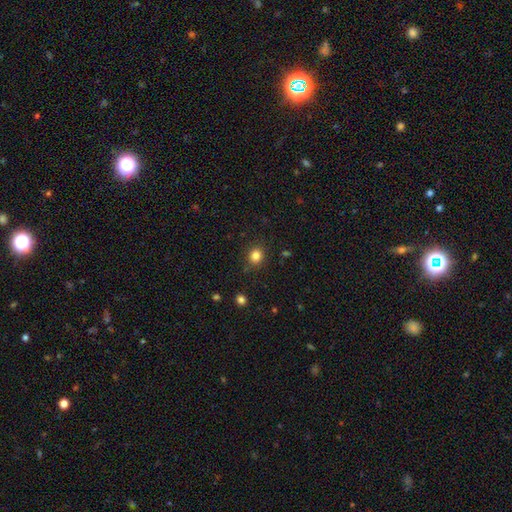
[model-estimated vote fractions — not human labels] smooth_or_featured: smooth (p=0.83) [alt: star or artifact p=0.12]
how_rounded: round (p=0.79) [alt: in between p=0.21]
merging: none (p=0.86) [alt: minor disturbance p=0.09]